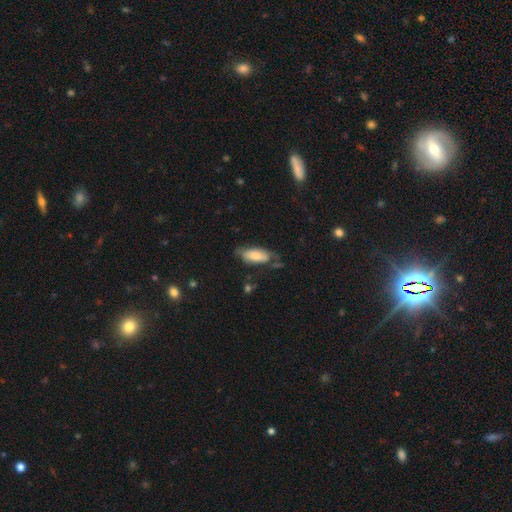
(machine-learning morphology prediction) Smooth or featured? smooth (65%)
How rounded? in between (81%)
Merging? none (50%)